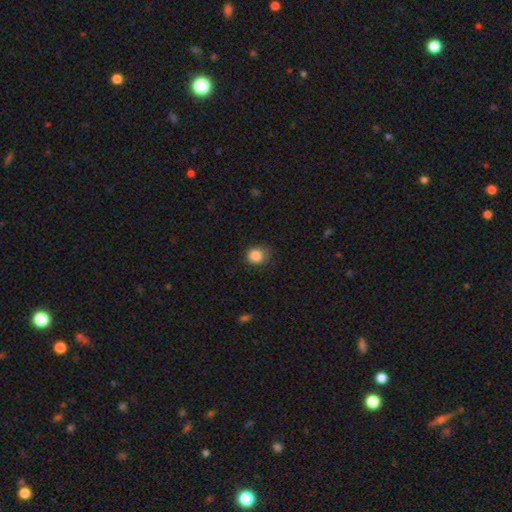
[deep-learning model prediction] A smooth galaxy with no disk features (85%) that is round (81%).

Vote fractions:
- Smooth or featured? smooth: 85% / star or artifact: 10% / featured or disk: 5%
- How rounded? round: 81% / in between: 18% / cigar-shaped: 1%
- Merging? none: 71% / minor disturbance: 23% / major disturbance: 5% / merger: 1%